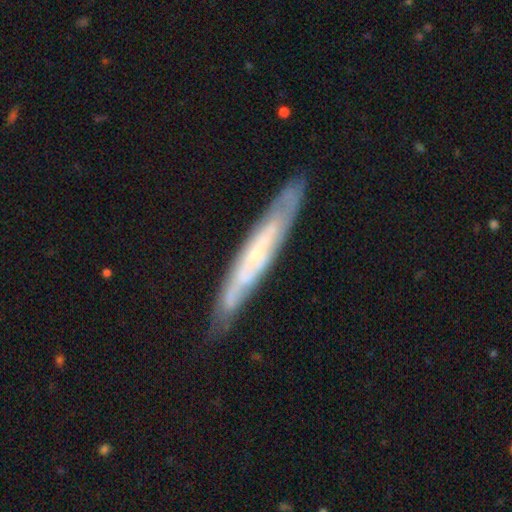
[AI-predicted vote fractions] Smooth or featured?
  - featured or disk: 71% *
  - smooth: 23%
  - star or artifact: 6%
Edge-on disk?
  - yes: 62% *
  - no: 38%
Merging?
  - none: 81% *
  - minor disturbance: 14%
  - major disturbance: 3%
  - merger: 2%